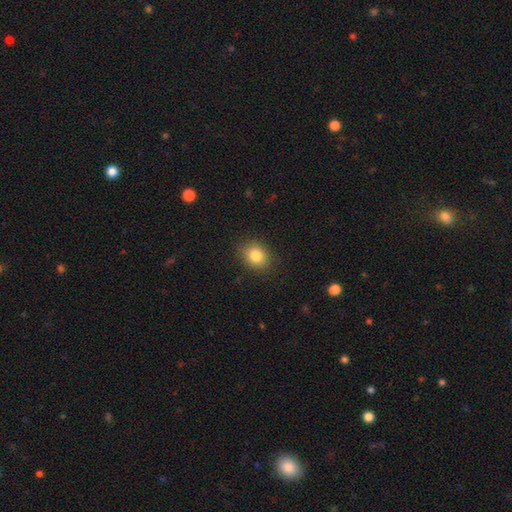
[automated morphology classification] Smooth or featured? smooth (84%)
How rounded? round (50%)
Merging? none (87%)